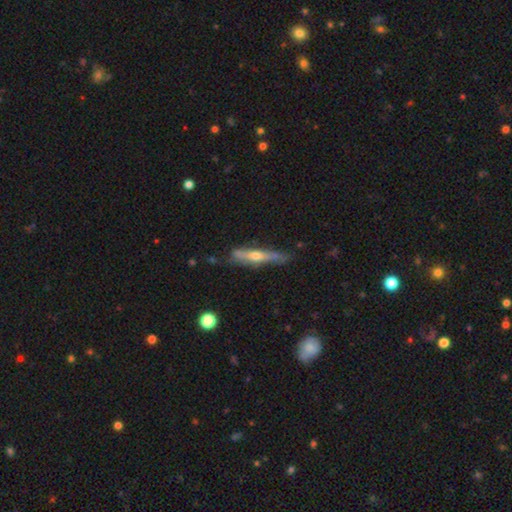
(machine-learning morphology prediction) A featured or disk galaxy (57%) viewed edge-on (89%) with a rounded central bulge (80%).

Vote fractions:
- Smooth or featured? featured or disk: 57% / smooth: 37% / star or artifact: 6%
- Edge-on disk? yes: 89% / no: 11%
- Edge-on bulge? rounded: 80% / none: 14% / boxy: 6%
- Merging? none: 67% / minor disturbance: 24% / major disturbance: 6% / merger: 3%